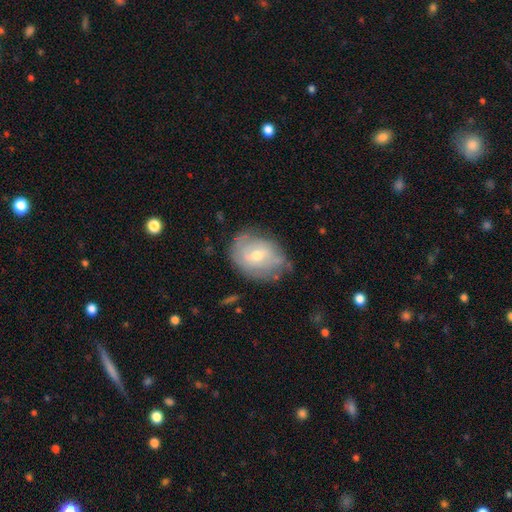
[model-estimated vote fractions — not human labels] Smooth or featured? featured or disk (55%)
Edge-on disk? no (95%)
Bar? no (61%)
Spiral arms? yes (64%)
Bulge size? moderate (53%)
Merging? none (63%)